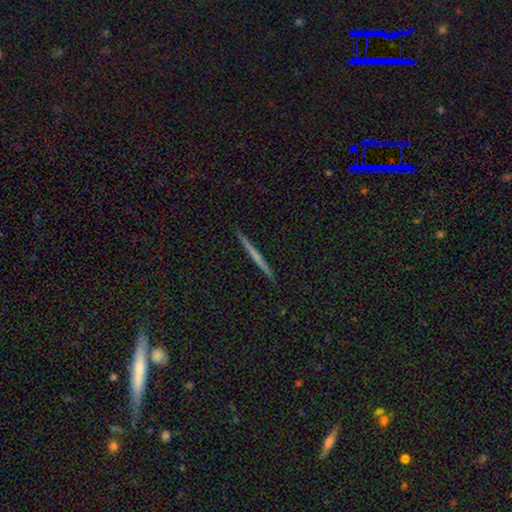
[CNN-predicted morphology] Overall: featured or disk (47%, tied with smooth). Merging: none (93%).